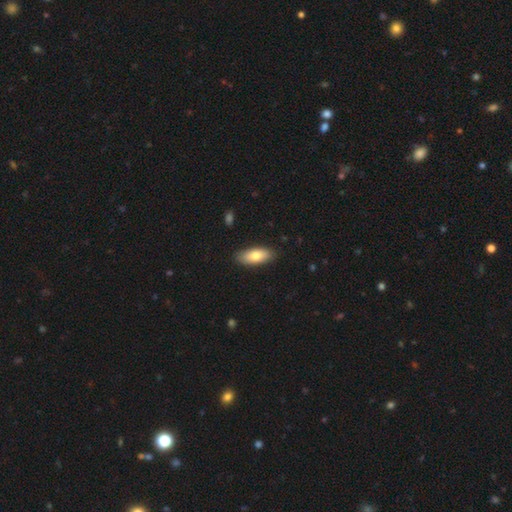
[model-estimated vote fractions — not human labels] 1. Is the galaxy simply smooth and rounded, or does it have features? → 78% smooth, 16% featured or disk, 6% star or artifact.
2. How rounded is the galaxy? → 83% in between, 15% cigar-shaped, 2% round.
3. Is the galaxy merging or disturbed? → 87% none, 10% minor disturbance, 2% major disturbance, 1% merger.